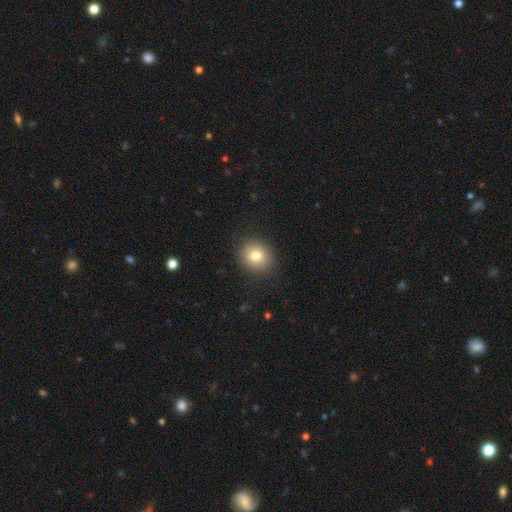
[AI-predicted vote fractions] smooth-or-featured: smooth: 79% | star or artifact: 11% | featured or disk: 10%
  how-rounded: round: 79% | in between: 20% | cigar-shaped: 1%
  merging: none: 88% | minor disturbance: 8% | major disturbance: 3% | merger: 1%